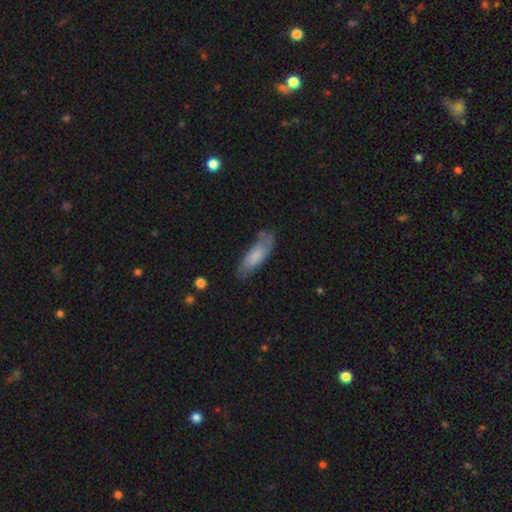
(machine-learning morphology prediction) Smooth or featured: smooth — 70% (featured or disk — 24%)
How rounded: in between — 62% (cigar-shaped — 36%)
Merging: none — 60% (minor disturbance — 28%)